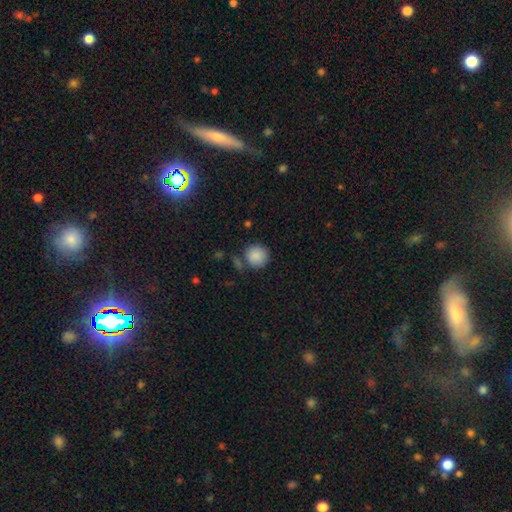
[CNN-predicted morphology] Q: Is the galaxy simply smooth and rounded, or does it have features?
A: smooth — 88%.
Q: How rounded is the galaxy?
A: round — 91%.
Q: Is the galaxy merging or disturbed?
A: none — 76%.